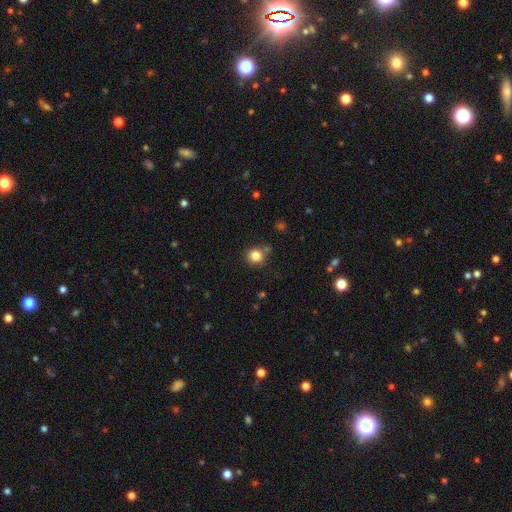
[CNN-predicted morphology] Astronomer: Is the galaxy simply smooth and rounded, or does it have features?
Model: smooth — 83%.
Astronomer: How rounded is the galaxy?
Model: round — 90%.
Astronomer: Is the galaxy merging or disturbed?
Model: none — 80%.